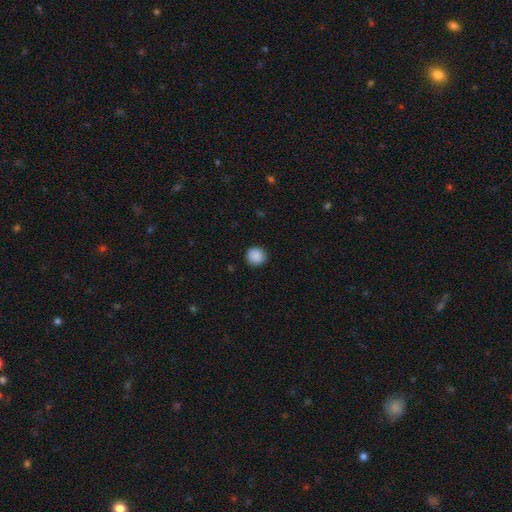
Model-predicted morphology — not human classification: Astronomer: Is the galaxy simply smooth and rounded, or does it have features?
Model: smooth — 89%.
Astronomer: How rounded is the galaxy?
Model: round — 91%.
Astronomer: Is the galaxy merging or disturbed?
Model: none — 89%.